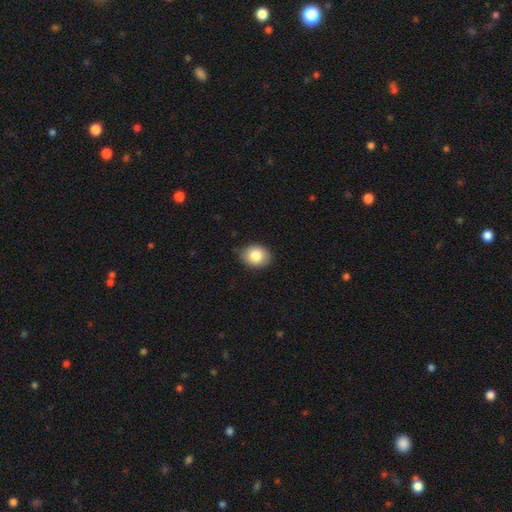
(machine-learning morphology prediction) type=smooth (84%); roundness=in between (56%); merging=none (83%).